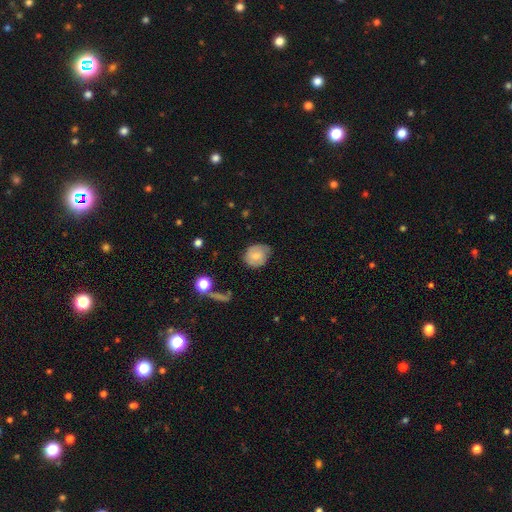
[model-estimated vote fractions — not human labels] Smooth or featured?
  - smooth: 67% *
  - featured or disk: 25%
  - star or artifact: 8%
How rounded?
  - round: 61% *
  - in between: 38%
  - cigar-shaped: 1%
Merging?
  - none: 62% *
  - minor disturbance: 29%
  - major disturbance: 8%
  - merger: 2%